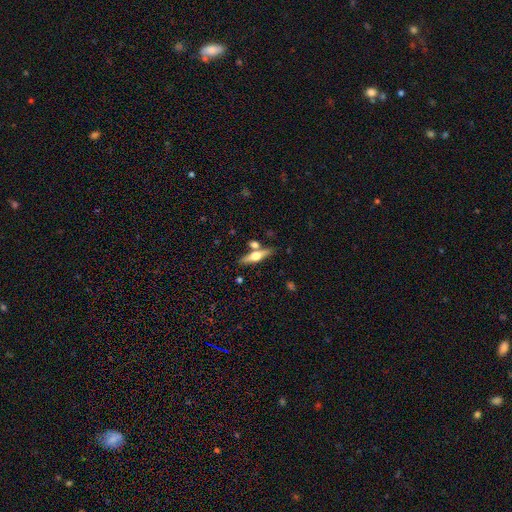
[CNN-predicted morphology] Q: Smooth or featured?
A: featured or disk (56%); runner-up: smooth (37%)
Q: Edge-on disk?
A: yes (93%); runner-up: no (7%)
Q: Edge-on bulge?
A: rounded (94%); runner-up: boxy (4%)
Q: Merging?
A: none (73%); runner-up: merger (14%)